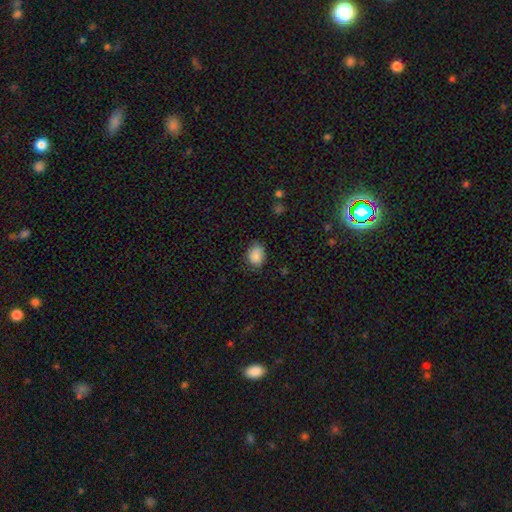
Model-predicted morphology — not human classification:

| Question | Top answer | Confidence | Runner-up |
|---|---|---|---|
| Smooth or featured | smooth | 88% | star or artifact (9%) |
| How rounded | in between | 61% | round (38%) |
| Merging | none | 74% | minor disturbance (20%) |